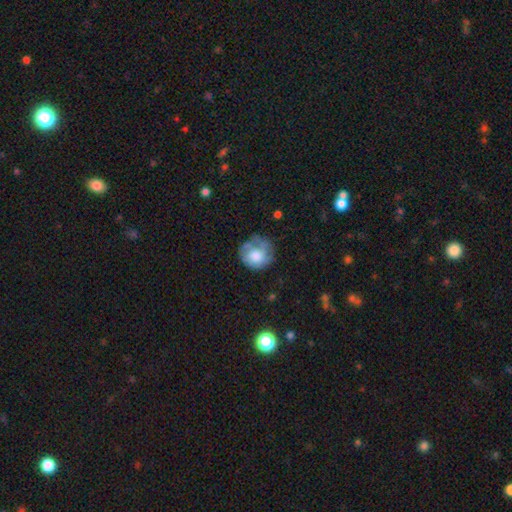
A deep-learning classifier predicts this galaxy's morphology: This appears to be a smooth galaxy with no disk features (55%) that is round (83%). Merging: none (53%).